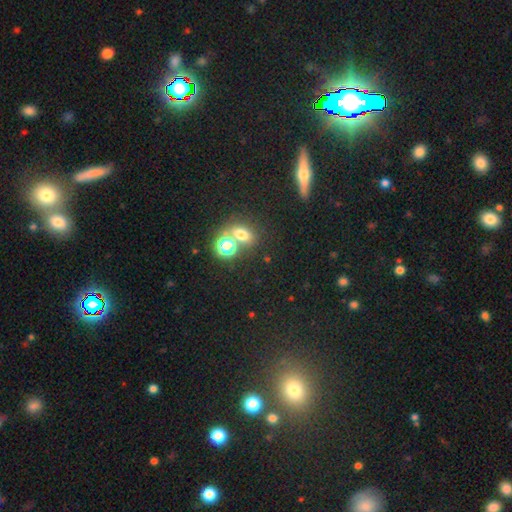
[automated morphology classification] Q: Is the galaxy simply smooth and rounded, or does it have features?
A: star or artifact — 50%.